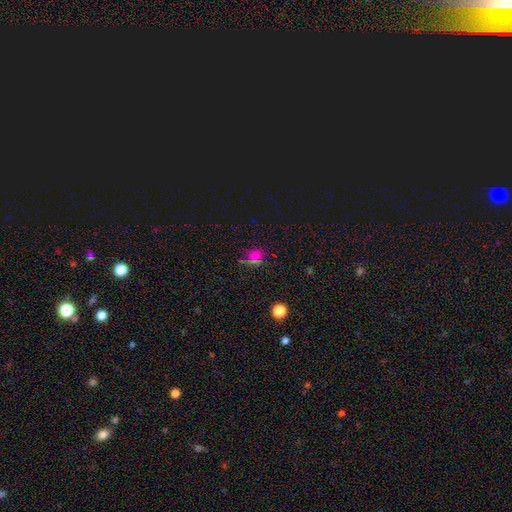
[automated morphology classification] This appears to be a smooth galaxy with no disk features (51%) that is round (75%). Merging: none (76%).